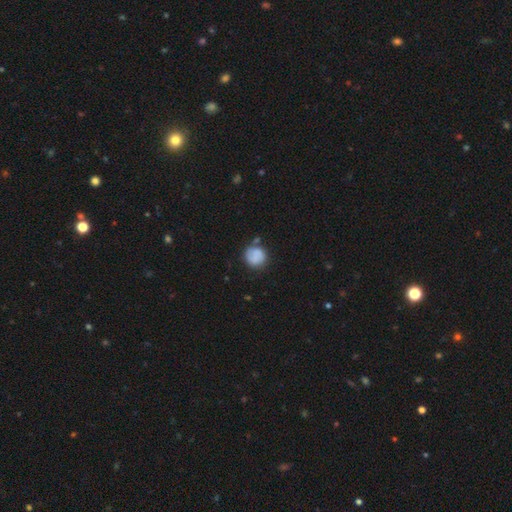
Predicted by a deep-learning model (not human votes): Smooth or featured: smooth — 78% (featured or disk — 14%)
How rounded: round — 88% (in between — 11%)
Merging: none — 65% (minor disturbance — 19%)